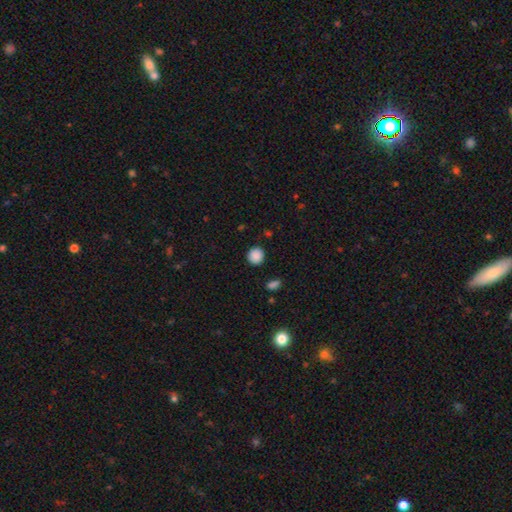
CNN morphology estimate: Smooth or featured? smooth (88%)
How rounded? round (86%)
Merging? none (88%)